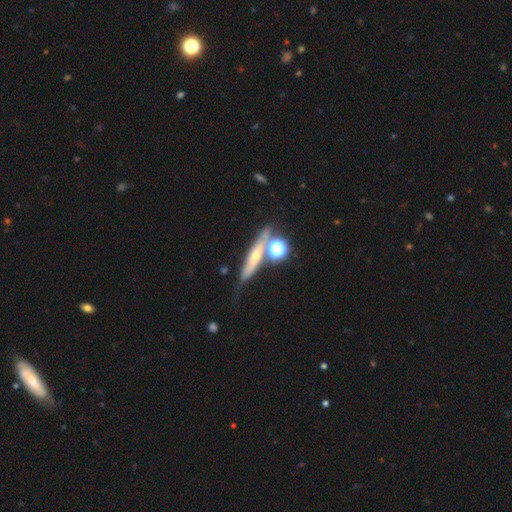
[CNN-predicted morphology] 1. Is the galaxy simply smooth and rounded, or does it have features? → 55% featured or disk, 31% smooth, 15% star or artifact.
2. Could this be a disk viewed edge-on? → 76% yes, 24% no.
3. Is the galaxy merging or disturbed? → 60% none, 18% minor disturbance, 14% merger, 8% major disturbance.